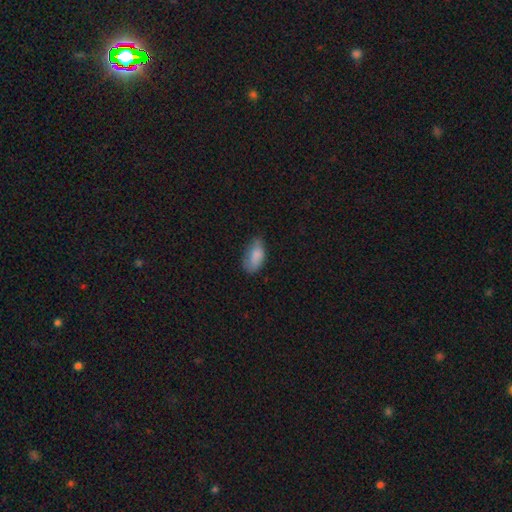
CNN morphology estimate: Smooth or featured: smooth — 82% (featured or disk — 11%)
How rounded: in between — 92% (cigar-shaped — 5%)
Merging: none — 59% (minor disturbance — 32%)